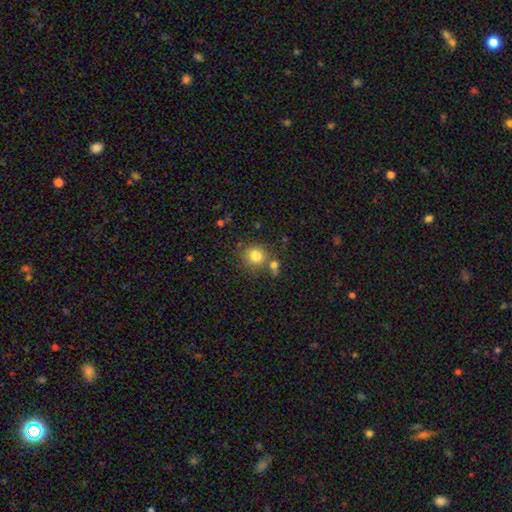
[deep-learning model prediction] A smooth galaxy with no disk features (80%) that is round (84%).

Vote fractions:
- Smooth or featured? smooth: 80% / star or artifact: 11% / featured or disk: 9%
- How rounded? round: 84% / in between: 15% / cigar-shaped: 1%
- Merging? none: 66% / merger: 18% / minor disturbance: 12% / major disturbance: 4%